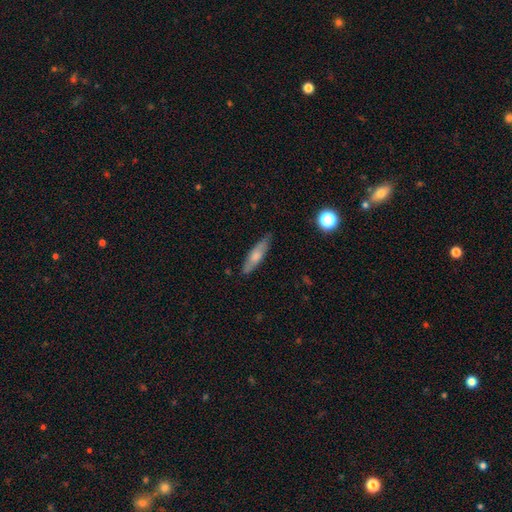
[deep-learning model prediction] This appears to be a smooth galaxy with no disk features (61%) that is cigar-shaped (70%). Merging: none (79%).